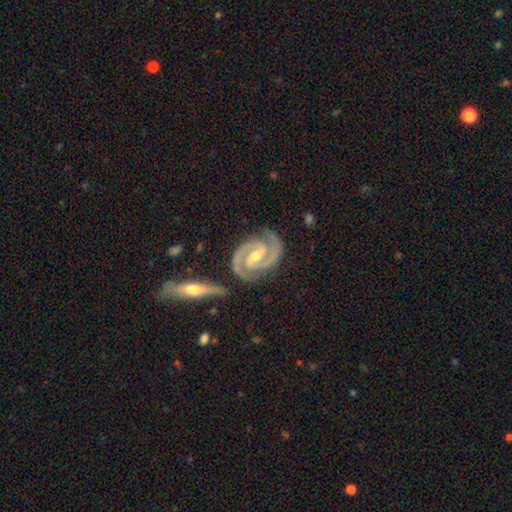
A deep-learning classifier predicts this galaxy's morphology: Smooth or featured? Predicted: featured or disk (p=0.93). Edge-on disk? Predicted: no (p=0.97). Bar? Predicted: weak (p=0.41). Spiral arms? Predicted: yes (p=0.99). Spiral winding? Predicted: tight (p=0.62). Spiral arm count? Predicted: 2 (p=0.93). Bulge size? Predicted: moderate (p=0.51). Merging? Predicted: none (p=0.80).